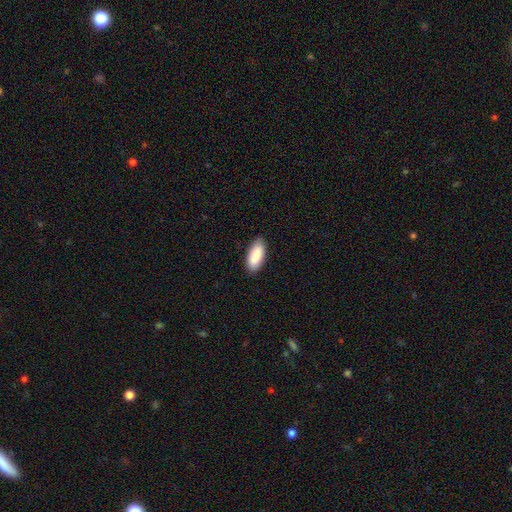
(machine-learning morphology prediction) Smooth or featured?
  - smooth: 90% *
  - star or artifact: 6%
  - featured or disk: 4%
How rounded?
  - in between: 86% *
  - cigar-shaped: 12%
  - round: 2%
Merging?
  - none: 87% *
  - minor disturbance: 11%
  - major disturbance: 2%
  - merger: 1%